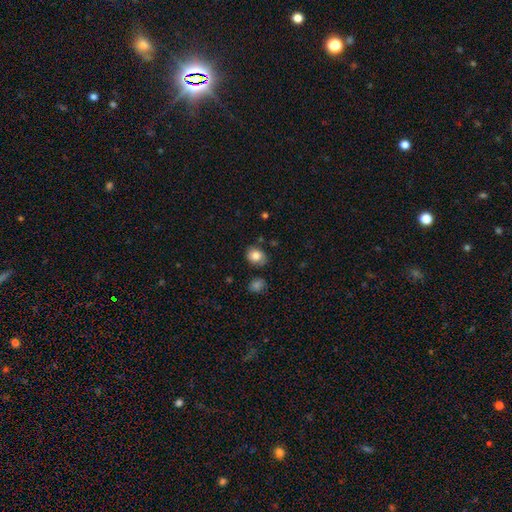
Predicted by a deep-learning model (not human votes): This appears to be a smooth galaxy with no disk features (82%) that is in between round and cigar-shaped (51%). Merging: none (72%).